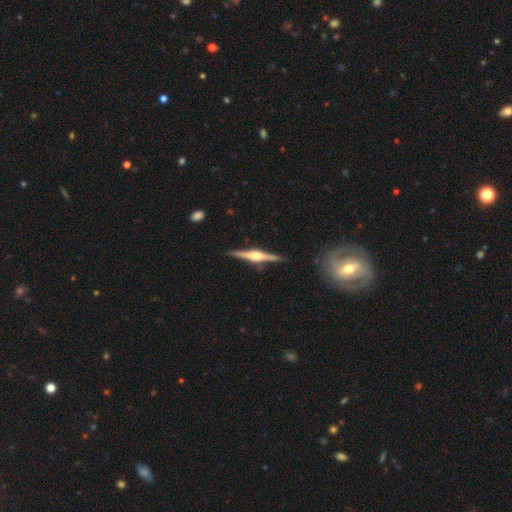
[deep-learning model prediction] Smooth or featured: featured or disk — 83% (smooth — 12%)
Edge-on disk: yes — 98% (no — 2%)
Edge-on bulge: rounded — 83% (boxy — 15%)
Merging: none — 89% (minor disturbance — 8%)